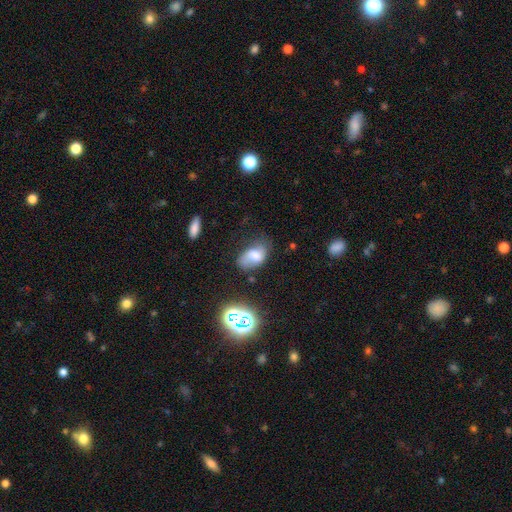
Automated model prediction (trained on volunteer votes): A smooth galaxy with no disk features (61%) that is in between round and cigar-shaped (88%). Merging: none (44%).